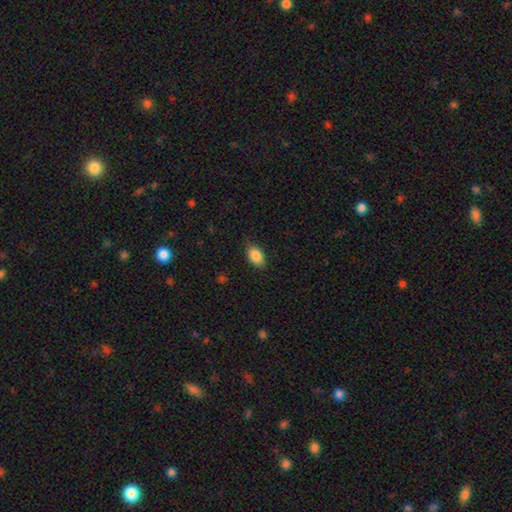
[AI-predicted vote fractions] Smooth or featured: smooth — 88% (star or artifact — 7%)
How rounded: in between — 88% (round — 10%)
Merging: none — 80% (minor disturbance — 15%)